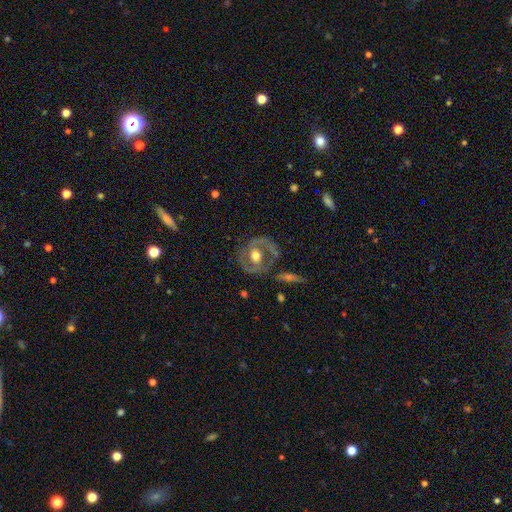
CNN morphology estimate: This is likely a featured or disk galaxy (68%). It is clearly not viewed edge-on (95%). Bar: likely no (65%). Spiral arm pattern: possibly no (50%, tied with yes). Central bulge: likely moderate (65%). Merging: likely none (66%).